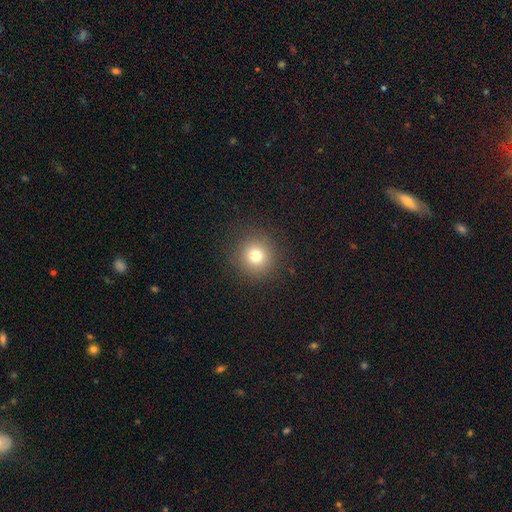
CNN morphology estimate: smooth-or-featured: smooth: 76% | star or artifact: 15% | featured or disk: 9%
  how-rounded: round: 94% | in between: 6% | cigar-shaped: 1%
  merging: none: 90% | minor disturbance: 6% | major disturbance: 3% | merger: 1%